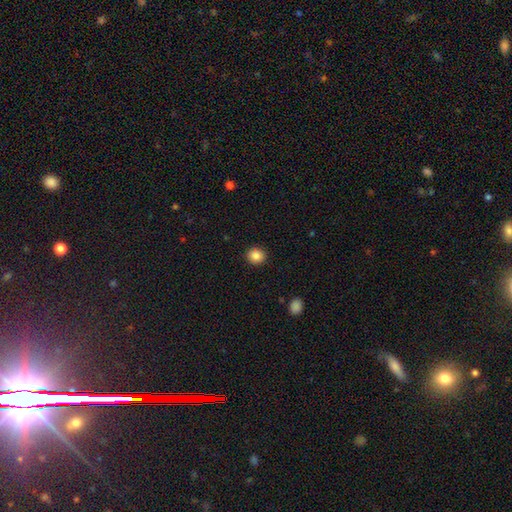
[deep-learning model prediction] This appears to be a smooth galaxy with no disk features (85%) that is round (85%). Merging: none (92%).